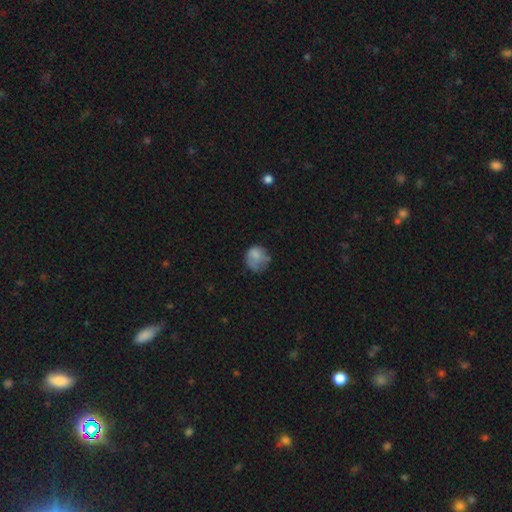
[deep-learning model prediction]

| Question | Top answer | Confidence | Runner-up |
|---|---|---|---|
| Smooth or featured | smooth | 73% | featured or disk (17%) |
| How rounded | round | 73% | in between (26%) |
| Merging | none | 45% | minor disturbance (31%) |